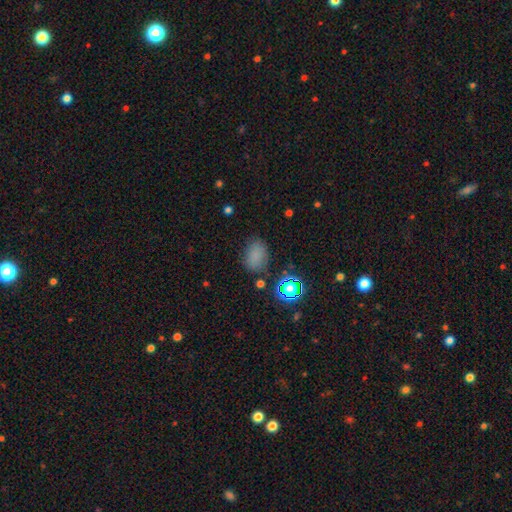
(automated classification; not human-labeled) Overall: smooth (75%). How rounded: in between (77%). Merging: none (74%).